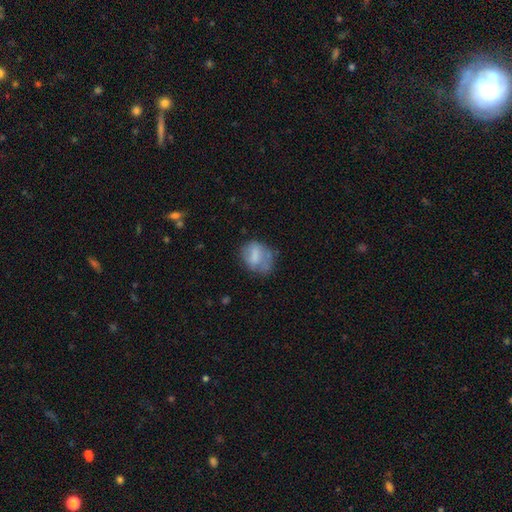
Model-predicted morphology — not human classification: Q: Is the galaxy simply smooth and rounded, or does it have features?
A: smooth — 66%.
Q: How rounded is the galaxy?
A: in between — 57%.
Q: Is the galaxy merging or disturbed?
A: none — 47%.